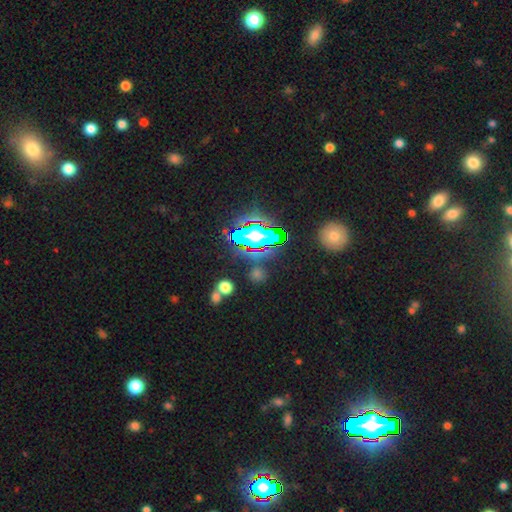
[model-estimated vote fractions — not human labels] star or artifact 75%, smooth 16%, featured or disk 9%.